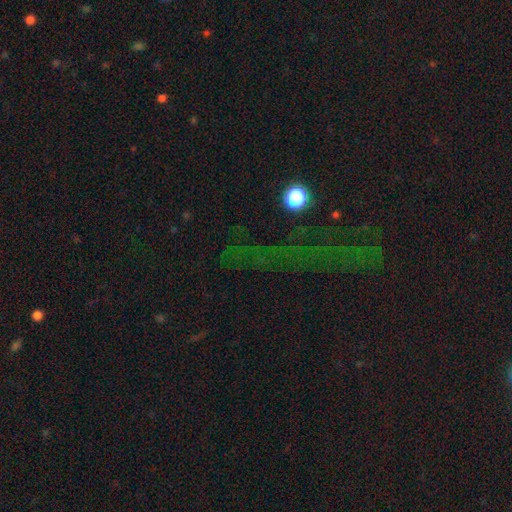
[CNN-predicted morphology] Q: Smooth or featured?
A: star or artifact (74%); runner-up: smooth (15%)